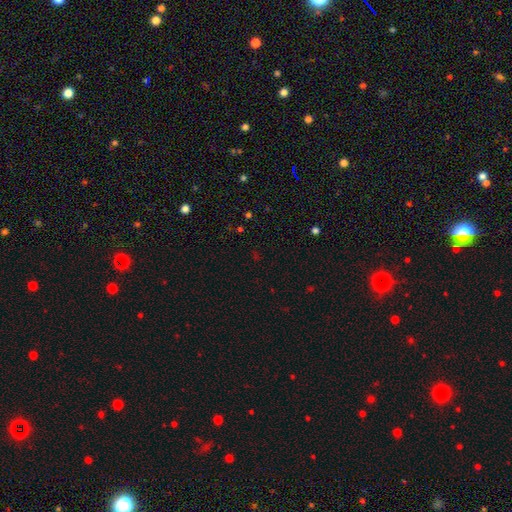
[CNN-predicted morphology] This appears to be a star or artifact, not a galaxy (67%).